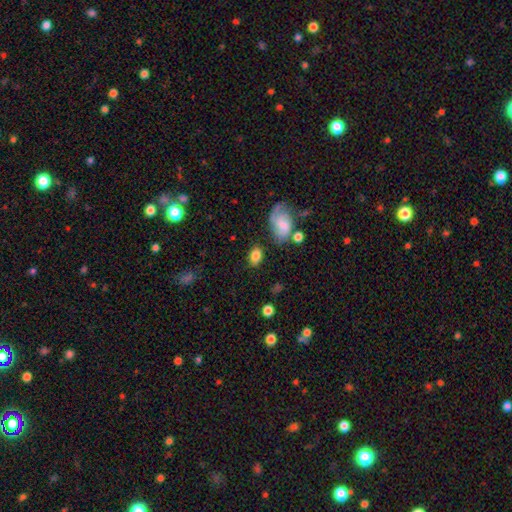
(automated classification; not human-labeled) Morphology: type=smooth (81%); roundness=in between (83%); merging=none (75%).